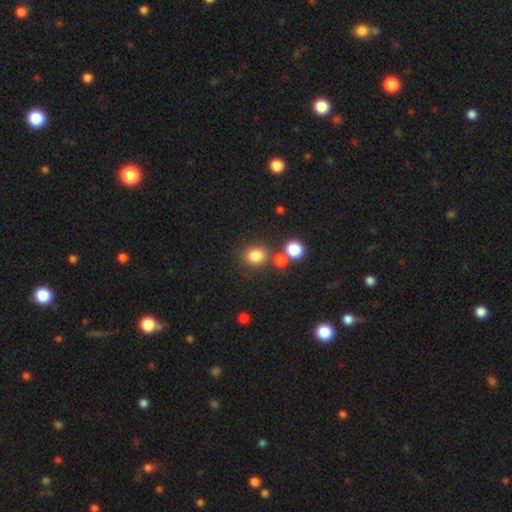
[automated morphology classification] smooth_or_featured: smooth (p=0.81) [alt: star or artifact p=0.13]
how_rounded: round (p=0.69) [alt: in between p=0.30]
merging: none (p=0.71) [alt: merger p=0.15]